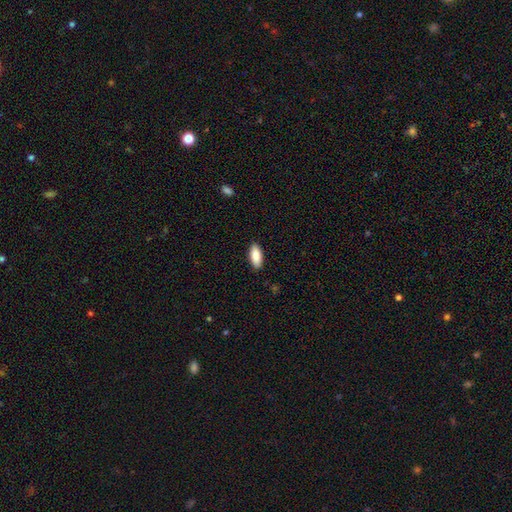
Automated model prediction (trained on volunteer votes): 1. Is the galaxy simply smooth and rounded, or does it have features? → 89% smooth, 6% star or artifact, 6% featured or disk.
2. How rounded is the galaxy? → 85% in between, 13% cigar-shaped, 2% round.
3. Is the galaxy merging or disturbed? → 90% none, 8% minor disturbance, 2% major disturbance, 1% merger.